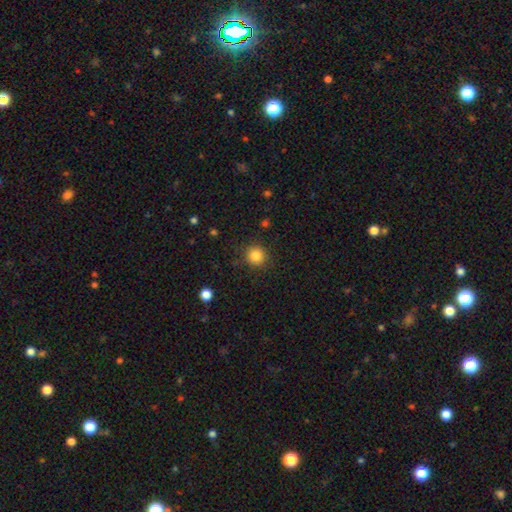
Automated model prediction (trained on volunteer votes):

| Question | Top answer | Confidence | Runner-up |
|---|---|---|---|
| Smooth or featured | smooth | 85% | star or artifact (11%) |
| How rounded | round | 93% | in between (6%) |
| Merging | none | 88% | minor disturbance (8%) |